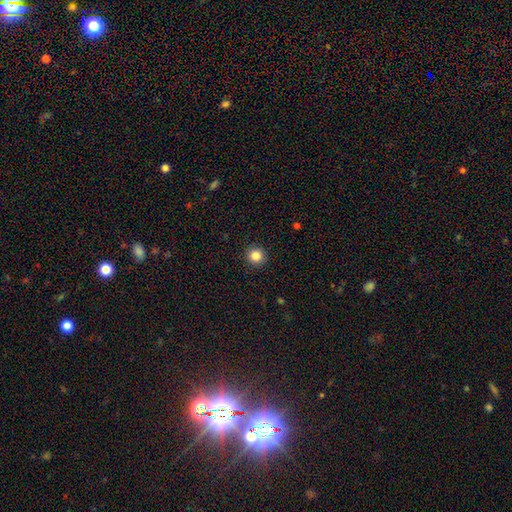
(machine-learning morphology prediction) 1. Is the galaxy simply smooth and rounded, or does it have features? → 85% smooth, 11% star or artifact, 4% featured or disk.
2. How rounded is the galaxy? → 95% round, 4% in between, 1% cigar-shaped.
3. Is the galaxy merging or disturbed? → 93% none, 5% minor disturbance, 2% major disturbance, 1% merger.